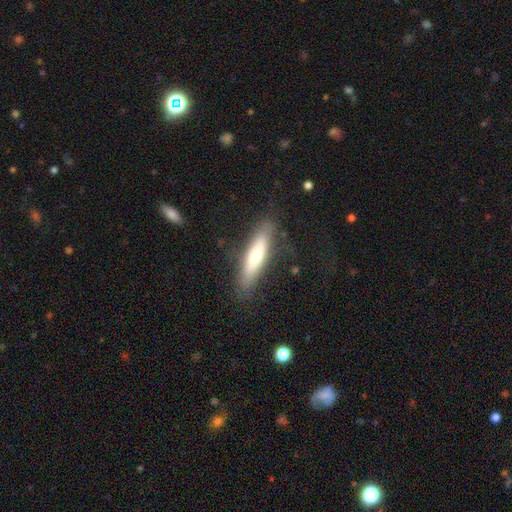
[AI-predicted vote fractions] Smooth or featured: smooth — 57% (featured or disk — 36%)
How rounded: cigar-shaped — 80% (in between — 19%)
Merging: none — 79% (minor disturbance — 15%)